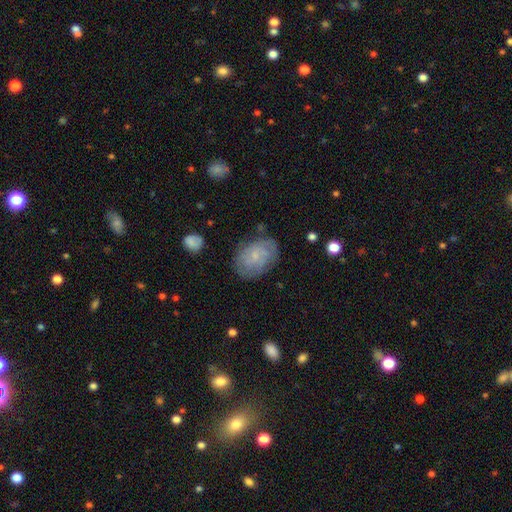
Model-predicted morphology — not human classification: The model was most divided on "smooth or featured": featured or disk: 47%, smooth: 44%, star or artifact: 9%. More confident: merging — none (71%).